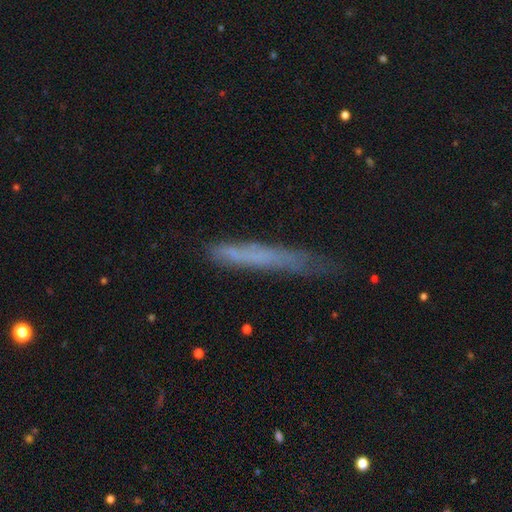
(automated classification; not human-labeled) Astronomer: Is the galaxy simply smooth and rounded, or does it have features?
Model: smooth — 57% (runner-up: featured or disk, 33%).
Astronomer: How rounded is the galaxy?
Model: cigar-shaped — 95%.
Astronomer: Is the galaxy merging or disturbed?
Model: none — 64%.